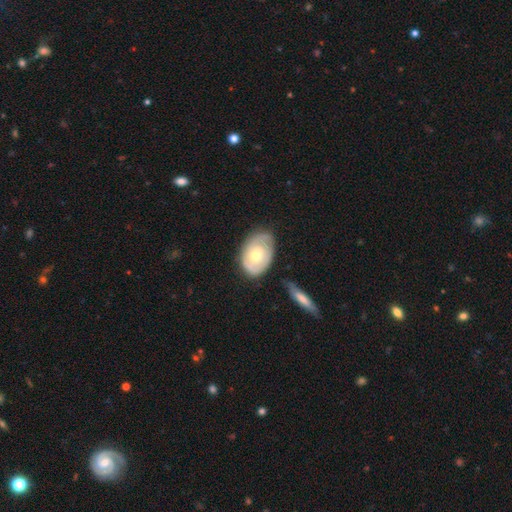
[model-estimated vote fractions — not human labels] The model was most divided on "bulge size": moderate: 55%, small: 40%, large: 3%, none: 1%, dominant: 1%. More confident: edge-on disk — no (94%); bar — no (84%); merging — none (63%); spiral arms — yes (62%); smooth or featured — featured or disk (55%).